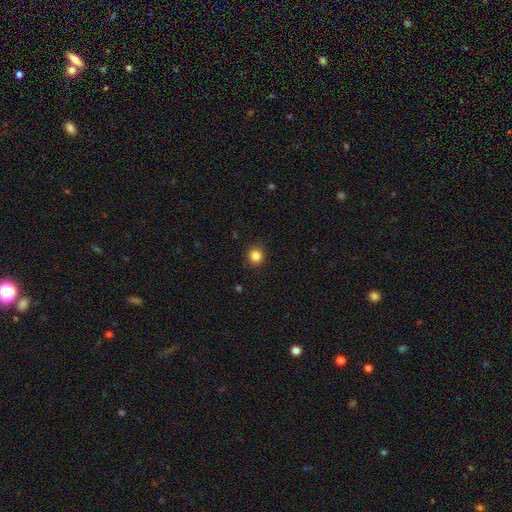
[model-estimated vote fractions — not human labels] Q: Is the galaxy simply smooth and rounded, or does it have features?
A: smooth — 85%.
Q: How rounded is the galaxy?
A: round — 92%.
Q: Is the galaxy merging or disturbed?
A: none — 90%.